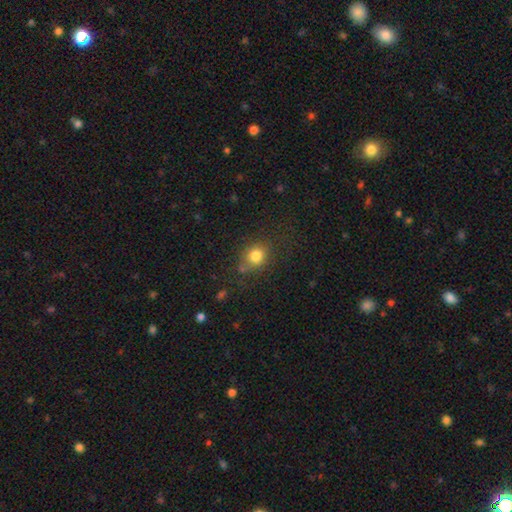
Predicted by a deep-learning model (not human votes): This is clearly a smooth galaxy (80%). How rounded: likely round (69%). Merging: likely none (66%).